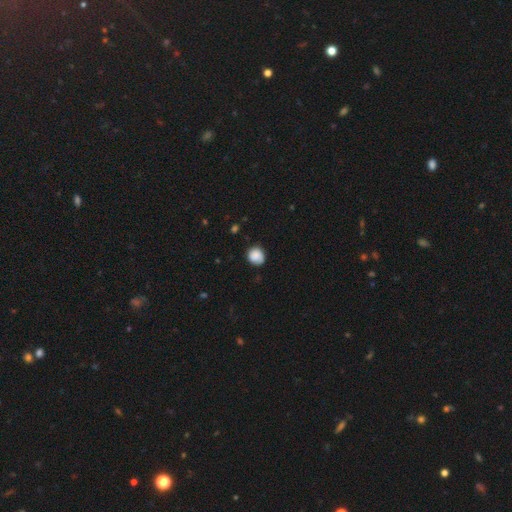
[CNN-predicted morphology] Smooth or featured? Predicted: smooth (p=0.87). How rounded? Predicted: round (p=0.86). Merging? Predicted: none (p=0.80).